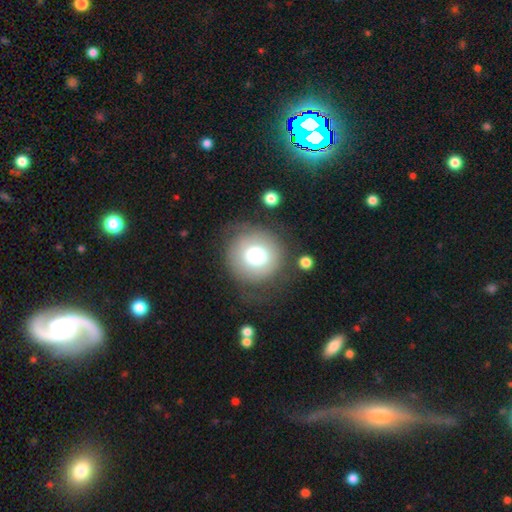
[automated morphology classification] Smooth or featured? smooth (70%)
How rounded? round (95%)
Merging? none (70%)